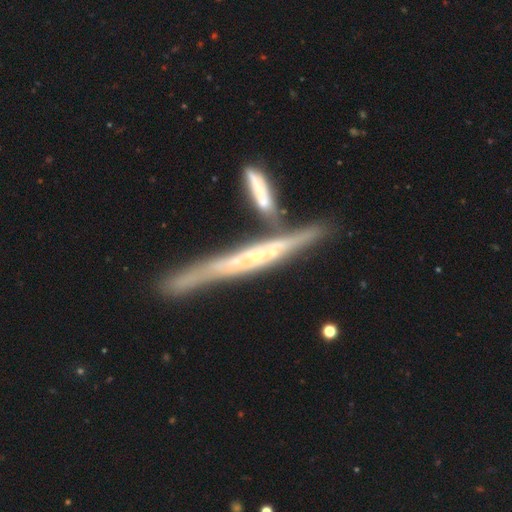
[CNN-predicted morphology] type=featured or disk (76%); edge-on=yes (92%); edge-on bulge=none (54%); merging=none (58%).